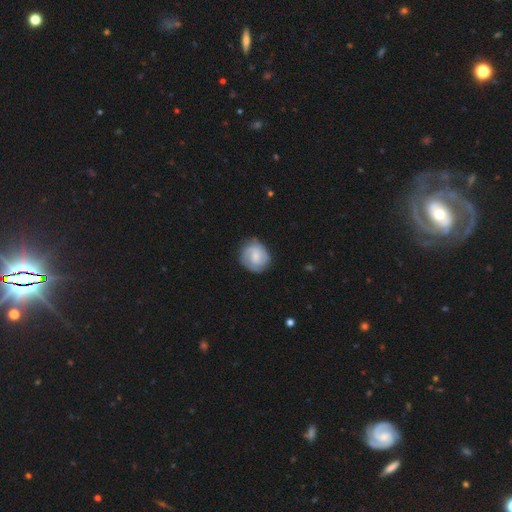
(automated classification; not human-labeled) Smooth or featured: smooth — 57% (featured or disk — 37%)
How rounded: round — 79% (in between — 20%)
Merging: none — 73% (minor disturbance — 20%)